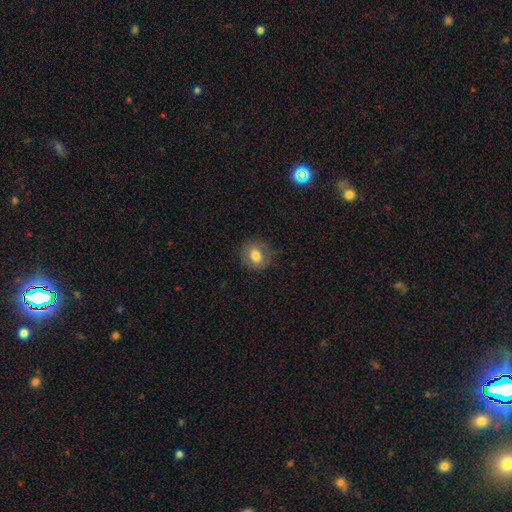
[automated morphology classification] This is likely a smooth galaxy (73%). How rounded: likely round (70%). Merging: likely none (79%).